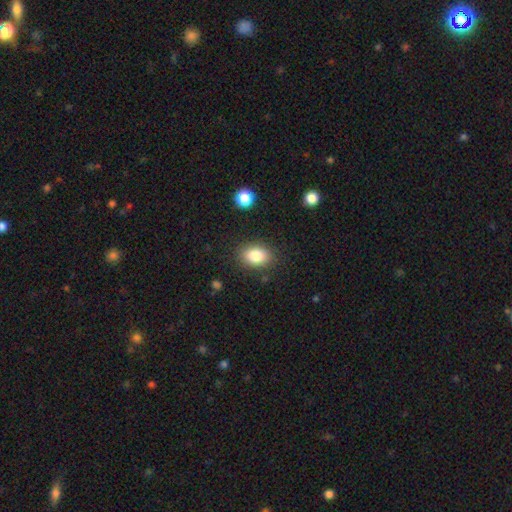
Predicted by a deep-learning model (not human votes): Smooth or featured? Predicted: smooth (p=0.83). How rounded? Predicted: in between (p=0.77). Merging? Predicted: none (p=0.85).